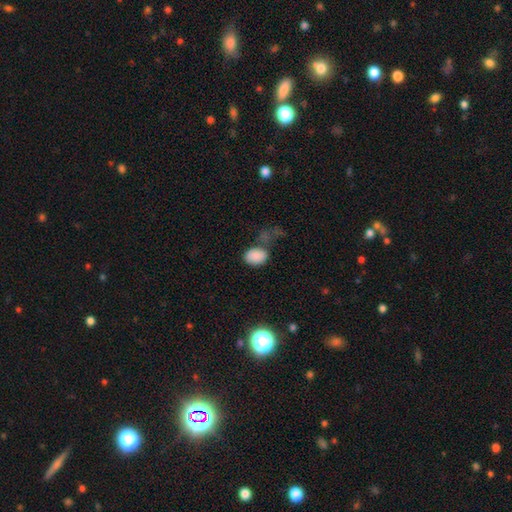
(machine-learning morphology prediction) smooth 84%, star or artifact 11%, featured or disk 5%. Down the decision tree: how rounded — in between (78%); merging — none (54%).